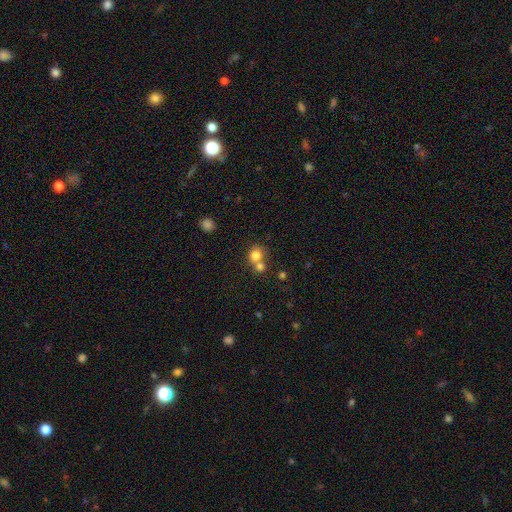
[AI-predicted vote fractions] Overall: smooth (79%). How rounded: round (85%). Merging: merger (48%; none 43%).